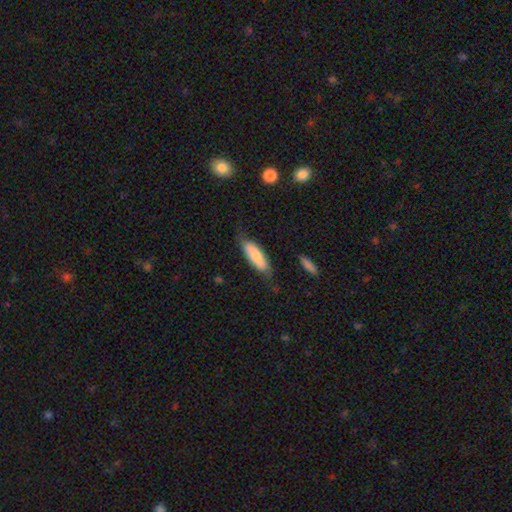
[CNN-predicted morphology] Q: Smooth or featured?
A: smooth (77%); runner-up: featured or disk (17%)
Q: How rounded?
A: in between (56%); runner-up: cigar-shaped (43%)
Q: Merging?
A: none (65%); runner-up: minor disturbance (25%)